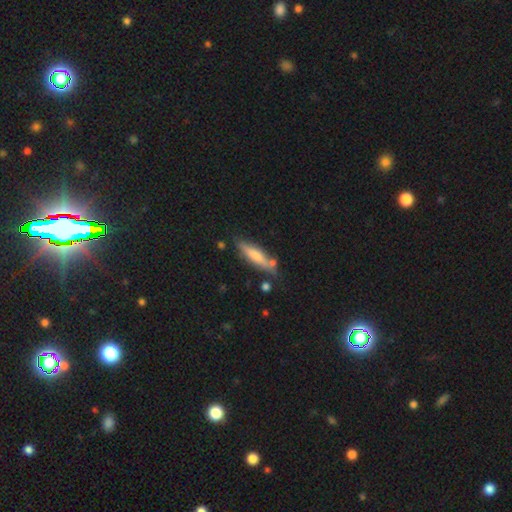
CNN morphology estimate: This appears to be a smooth galaxy with no disk features (59%) that is cigar-shaped (75%). Merging: none (71%).